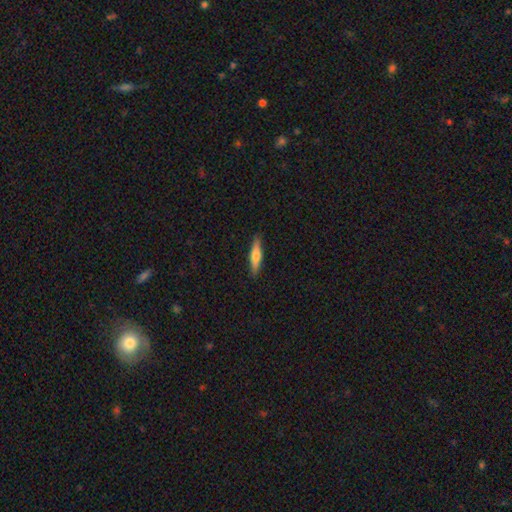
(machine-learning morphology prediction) smooth_or_featured: smooth (p=0.57) [alt: featured or disk p=0.37]
how_rounded: cigar-shaped (p=0.81) [alt: in between p=0.17]
merging: none (p=0.90) [alt: minor disturbance p=0.07]